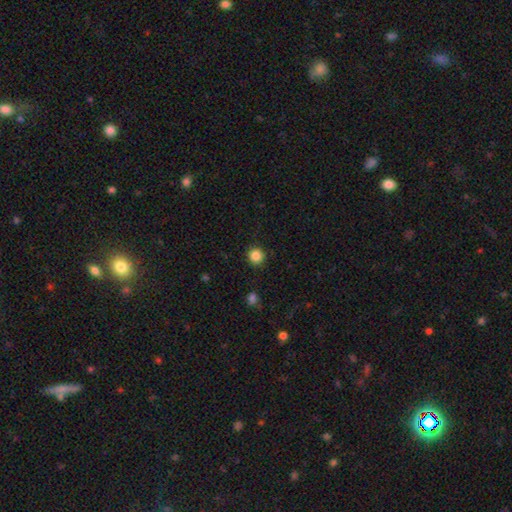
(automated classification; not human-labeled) Smooth or featured? Predicted: smooth (p=0.86). How rounded? Predicted: round (p=0.95). Merging? Predicted: none (p=0.91).